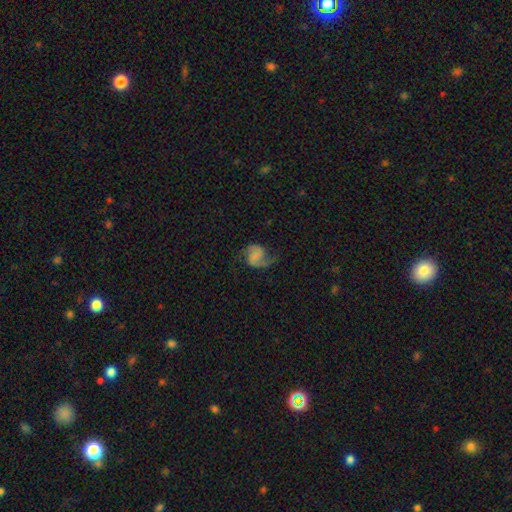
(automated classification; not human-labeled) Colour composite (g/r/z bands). It shows a featured or disk galaxy (77%) with no bar (46%), 2 (83%) loose (44%) spiral arms (96%) and no central bulge (64%). Merging: none (64%).